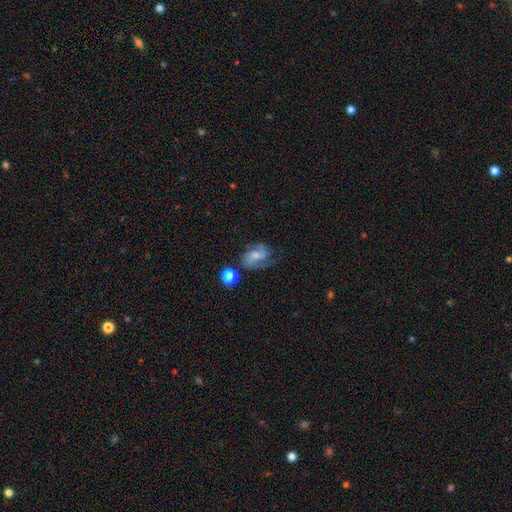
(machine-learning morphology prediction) type=featured or disk (73%); edge-on=no (97%); bar=weak (47%); spiral arms=yes (94%); winding=medium (49%); arm count=2 (74%); bulge=small (51%); merging=none (58%).